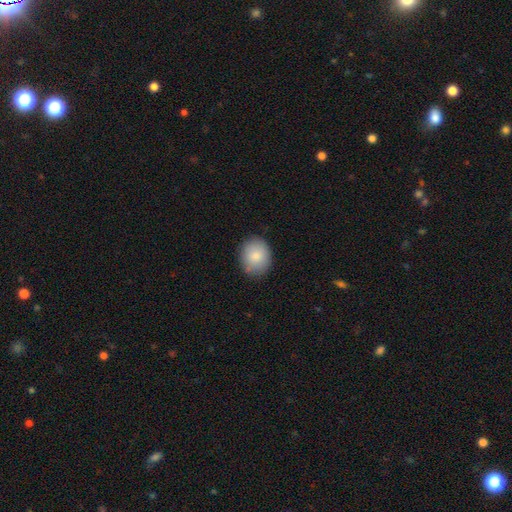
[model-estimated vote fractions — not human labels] Overall: smooth (83%). How rounded: round (56%; in between 43%). Merging: none (83%).